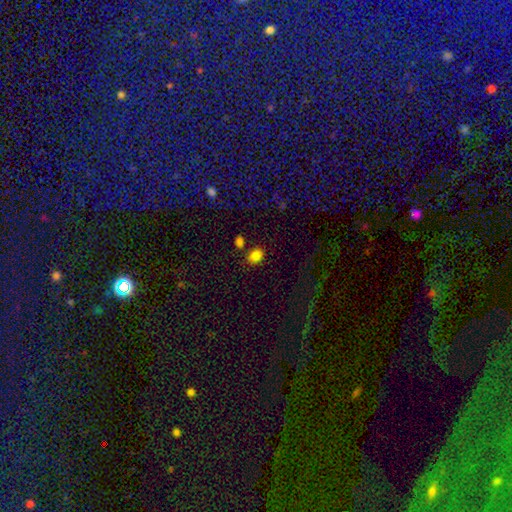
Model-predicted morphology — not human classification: Q: Smooth or featured?
A: smooth (85%); runner-up: star or artifact (10%)
Q: How rounded?
A: in between (63%); runner-up: round (36%)
Q: Merging?
A: none (80%); runner-up: minor disturbance (10%)